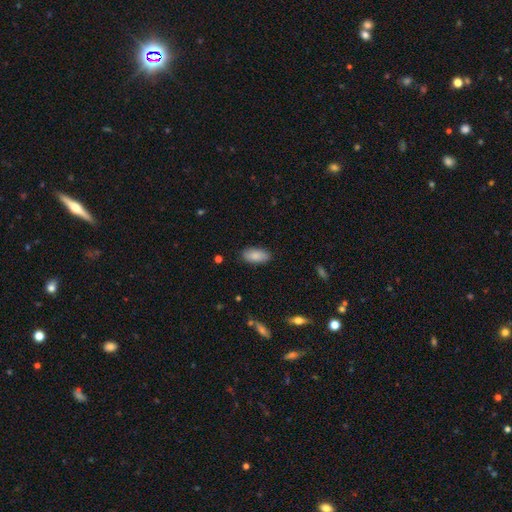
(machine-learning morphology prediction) This appears to be a smooth galaxy with no disk features (87%) that is in between round and cigar-shaped (92%). Merging: none (87%).